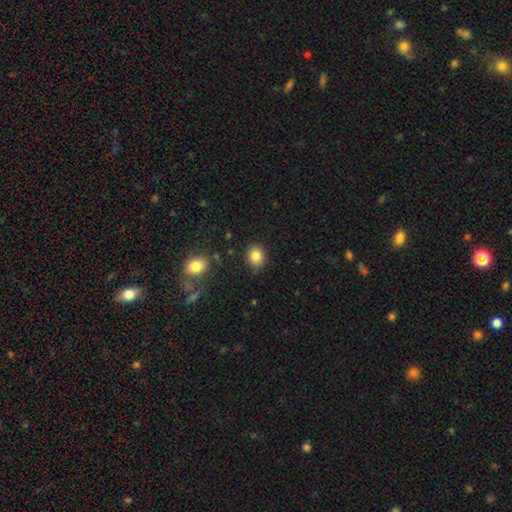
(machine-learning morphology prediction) smooth_or_featured: smooth (p=0.84) [alt: star or artifact p=0.10]
how_rounded: round (p=0.69) [alt: in between p=0.30]
merging: none (p=0.86) [alt: minor disturbance p=0.10]